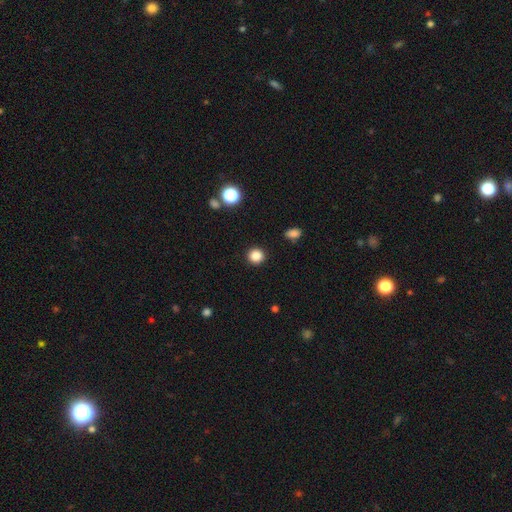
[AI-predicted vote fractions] Smooth or featured?
  - smooth: 85% *
  - star or artifact: 11%
  - featured or disk: 4%
How rounded?
  - round: 93% *
  - in between: 6%
  - cigar-shaped: 1%
Merging?
  - none: 92% *
  - minor disturbance: 5%
  - major disturbance: 2%
  - merger: 1%